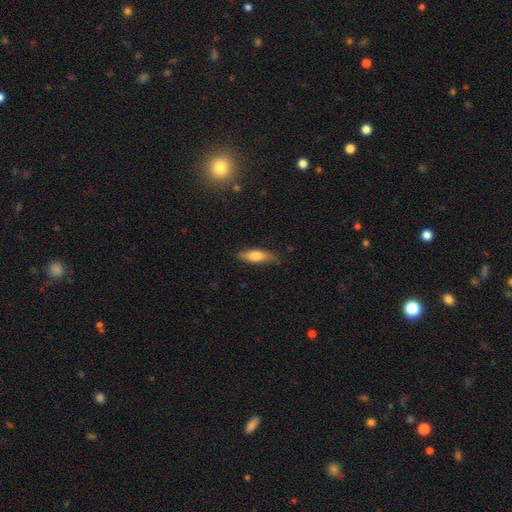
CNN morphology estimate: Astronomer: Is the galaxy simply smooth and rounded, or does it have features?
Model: smooth — 68%.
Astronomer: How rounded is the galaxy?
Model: cigar-shaped — 53% (runner-up: in between, 45%).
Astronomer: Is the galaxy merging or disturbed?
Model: none — 79%.